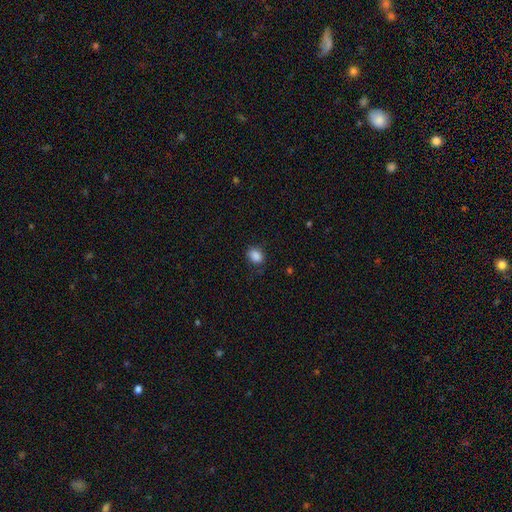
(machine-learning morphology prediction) Smooth or featured? Predicted: smooth (p=0.87). How rounded? Predicted: in between (p=0.55). Merging? Predicted: none (p=0.79).